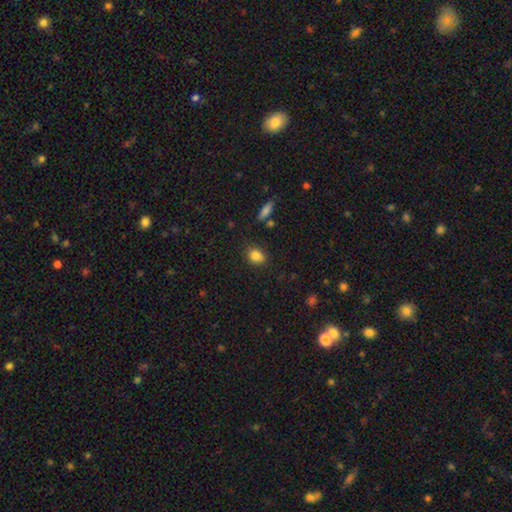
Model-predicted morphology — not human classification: A smooth galaxy with no disk features (83%) that is in between round and cigar-shaped (50%). Merging: none (77%).